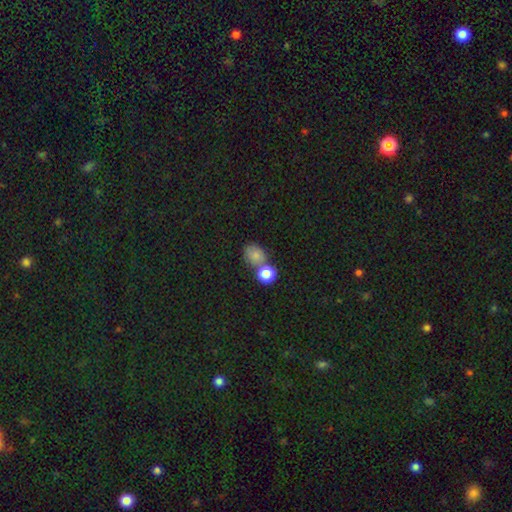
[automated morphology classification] The model was most divided on "merging": none: 49%, merger: 36%, minor disturbance: 11%, major disturbance: 4%. More confident: smooth or featured — smooth (79%); how rounded — round (63%).